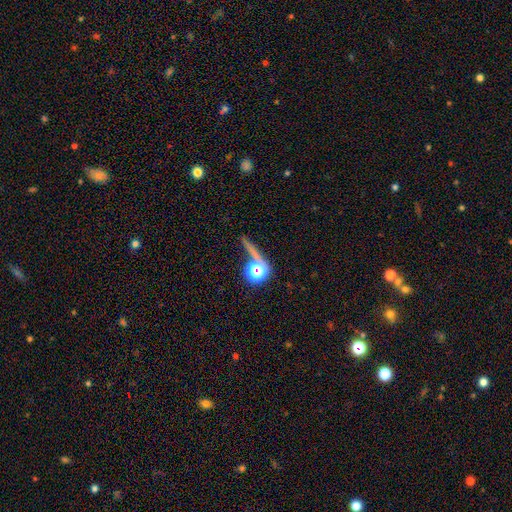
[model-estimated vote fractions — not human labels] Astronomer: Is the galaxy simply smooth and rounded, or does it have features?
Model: star or artifact — 40% (runner-up: smooth, 39%).